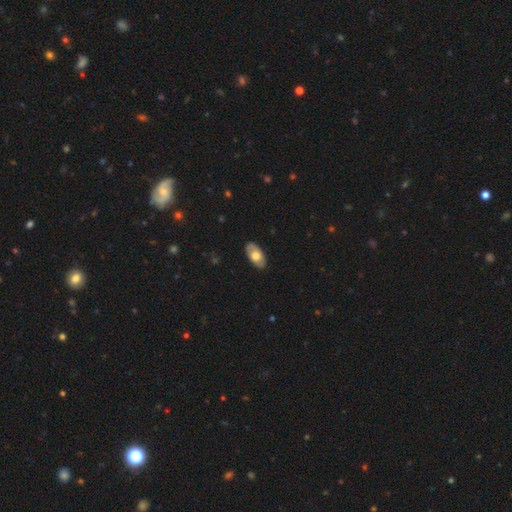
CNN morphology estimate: Smooth or featured: smooth — 63% (featured or disk — 31%)
How rounded: in between — 94% (round — 3%)
Merging: none — 86% (minor disturbance — 11%)